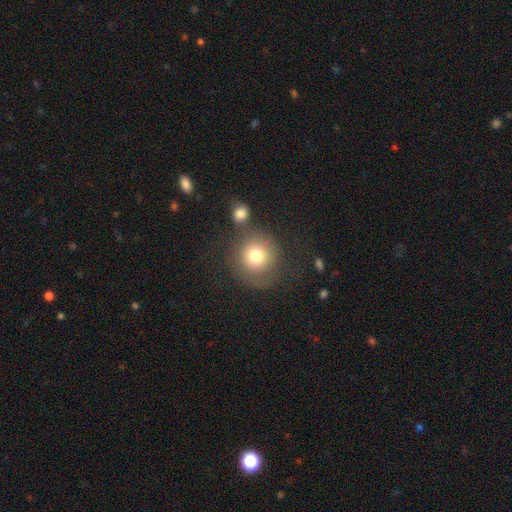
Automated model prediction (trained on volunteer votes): Q: Smooth or featured?
A: smooth (76%); runner-up: featured or disk (14%)
Q: How rounded?
A: round (91%); runner-up: in between (8%)
Q: Merging?
A: none (62%); runner-up: merger (16%)